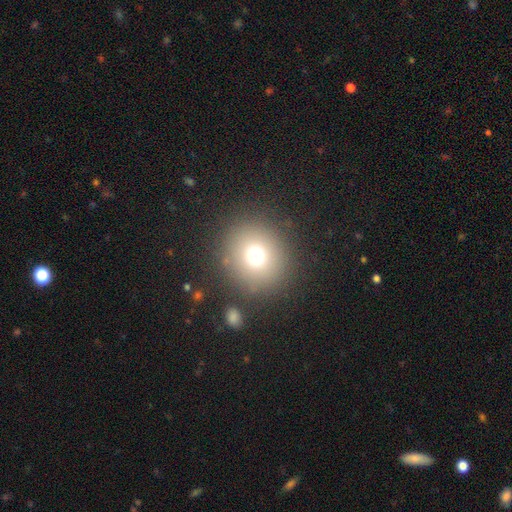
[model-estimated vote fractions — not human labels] smooth 71%, star or artifact 18%, featured or disk 12%. Down the decision tree: how rounded — round (89%); merging — none (84%).